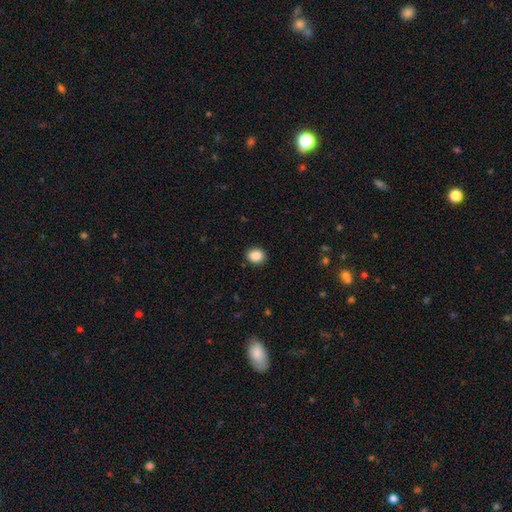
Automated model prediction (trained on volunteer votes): smooth_or_featured: smooth (p=0.88) [alt: star or artifact p=0.09]
how_rounded: round (p=0.61) [alt: in between p=0.38]
merging: none (p=0.90) [alt: minor disturbance p=0.07]